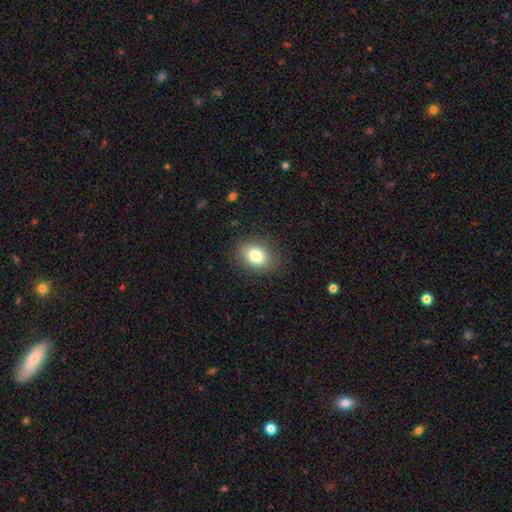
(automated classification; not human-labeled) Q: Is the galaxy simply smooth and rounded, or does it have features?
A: smooth — 80%.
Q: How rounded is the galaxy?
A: in between — 61%.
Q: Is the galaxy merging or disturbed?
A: none — 85%.